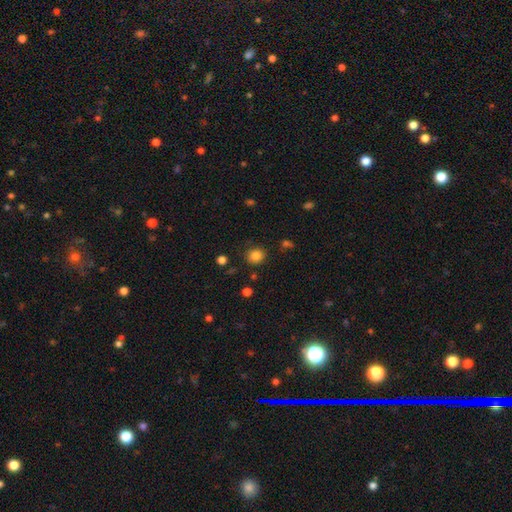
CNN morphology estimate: This is clearly a smooth galaxy (83%). How rounded: clearly round (81%). Merging: clearly none (85%).